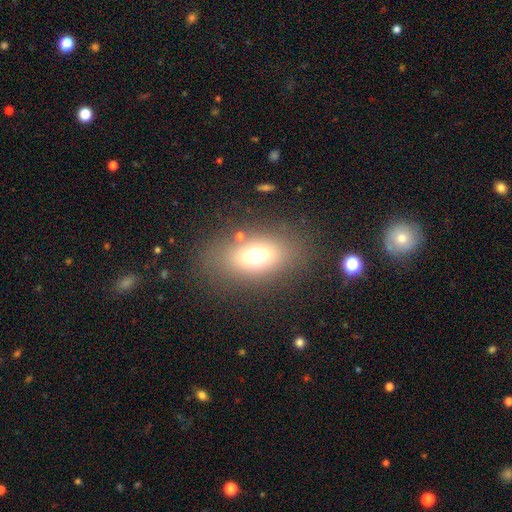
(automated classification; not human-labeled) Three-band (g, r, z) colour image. It shows a smooth galaxy with no disk features (68%) that is in between round and cigar-shaped (81%). Merging: none (78%).